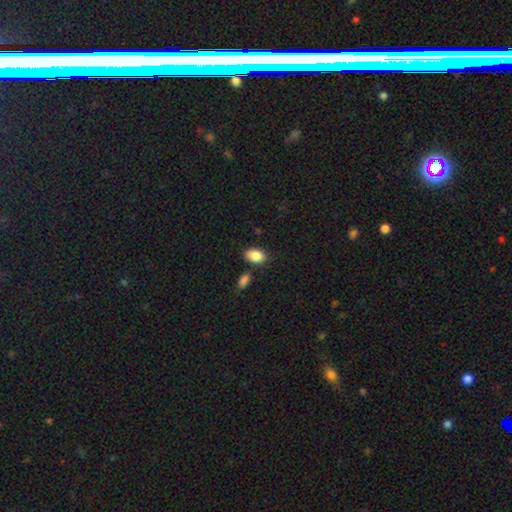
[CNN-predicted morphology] This appears to be a smooth galaxy with no disk features (87%) that is in between round and cigar-shaped (88%). Merging: none (75%).